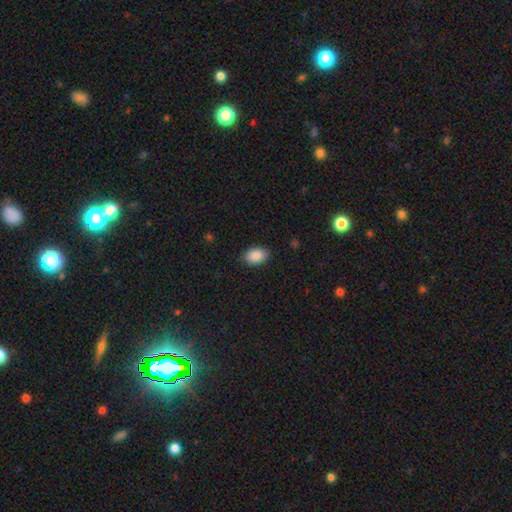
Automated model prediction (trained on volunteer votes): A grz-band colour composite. It shows a smooth galaxy with no disk features (89%) that is in between round and cigar-shaped (86%). Merging: none (87%).